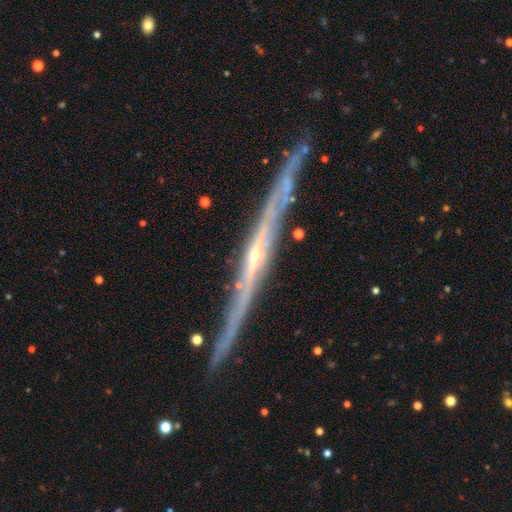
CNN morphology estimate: smooth_or_featured: featured or disk (p=0.86) [alt: smooth p=0.08]
disk_edge_on: yes (p=0.95) [alt: no p=0.05]
edge_on_bulge: rounded (p=0.52) [alt: none p=0.43]
merging: none (p=0.84) [alt: minor disturbance p=0.12]